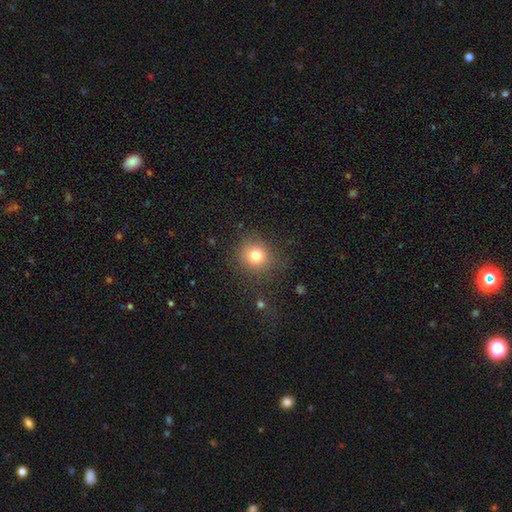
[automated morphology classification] Smooth or featured: smooth — 79% (star or artifact — 13%)
How rounded: round — 87% (in between — 13%)
Merging: none — 80% (minor disturbance — 12%)